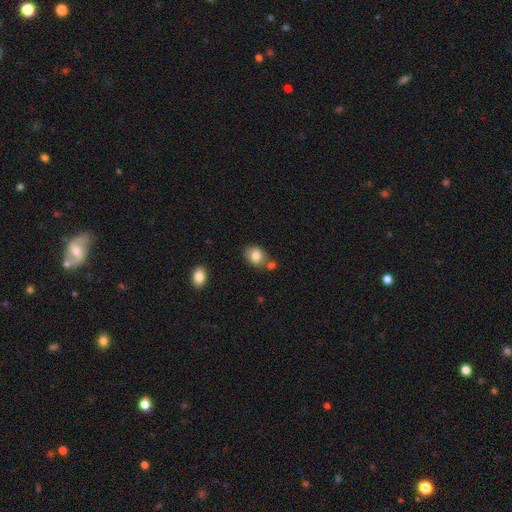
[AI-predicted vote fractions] smooth 82%, featured or disk 9%, star or artifact 9%. Down the decision tree: how rounded — in between (54%); merging — none (63%).